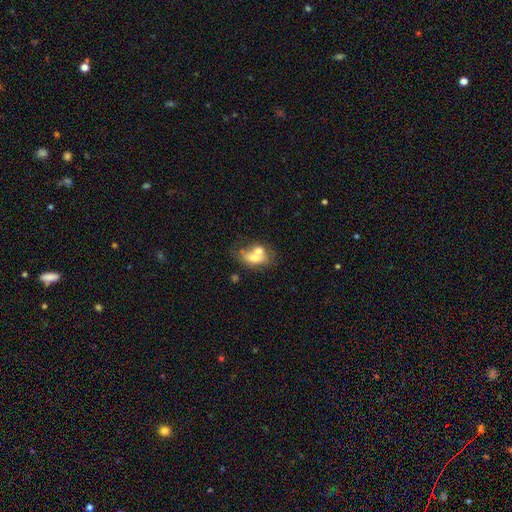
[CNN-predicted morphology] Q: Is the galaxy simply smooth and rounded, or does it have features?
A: smooth — 57%.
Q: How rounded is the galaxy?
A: in between — 76%.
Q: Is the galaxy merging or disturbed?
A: merger — 53%.